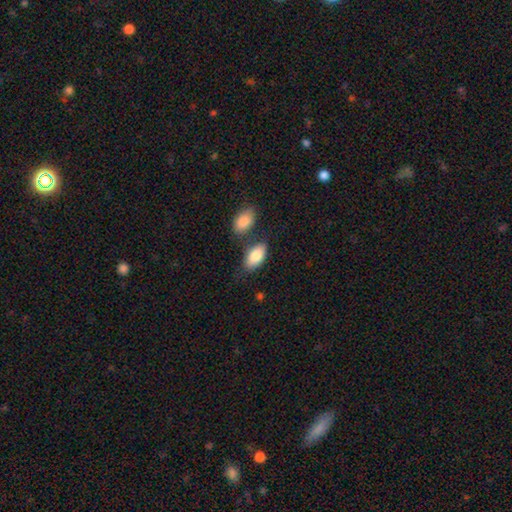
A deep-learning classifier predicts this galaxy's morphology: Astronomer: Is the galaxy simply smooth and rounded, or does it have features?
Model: smooth — 84%.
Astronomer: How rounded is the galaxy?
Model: in between — 93%.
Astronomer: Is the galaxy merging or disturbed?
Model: none — 62%.